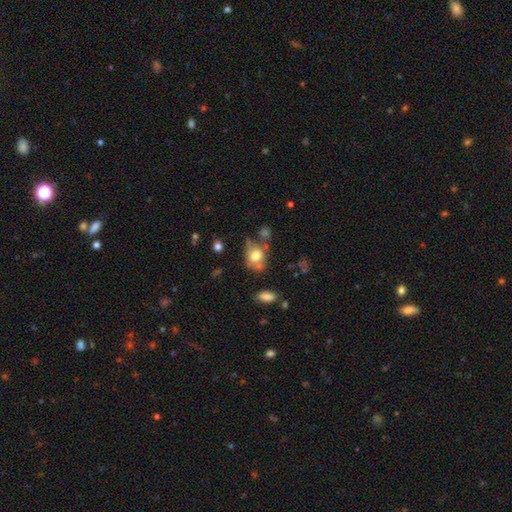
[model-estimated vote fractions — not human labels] Q: Smooth or featured?
A: smooth (67%); runner-up: featured or disk (22%)
Q: How rounded?
A: in between (58%); runner-up: round (40%)
Q: Merging?
A: none (39%); runner-up: minor disturbance (26%)